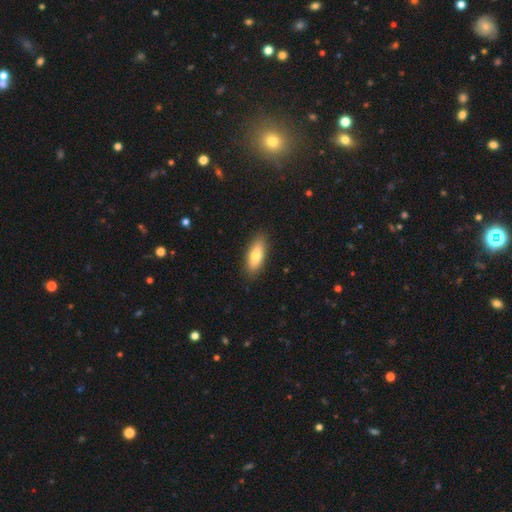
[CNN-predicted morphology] Smooth or featured? smooth (77%)
How rounded? in between (75%)
Merging? none (87%)